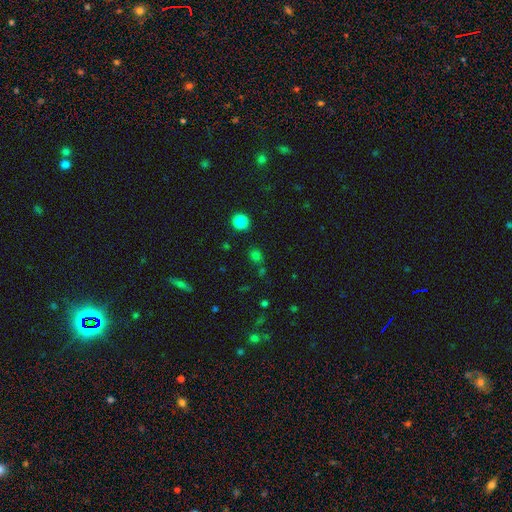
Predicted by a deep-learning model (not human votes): smooth-or-featured: smooth: 66% | star or artifact: 29% | featured or disk: 5%
  how-rounded: round: 68% | in between: 30% | cigar-shaped: 2%
  merging: none: 76% | minor disturbance: 11% | merger: 8% | major disturbance: 5%